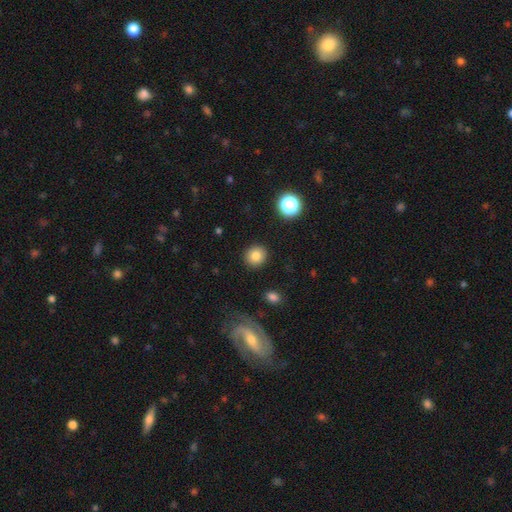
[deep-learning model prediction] Q: Smooth or featured?
A: smooth (82%); runner-up: star or artifact (10%)
Q: How rounded?
A: round (88%); runner-up: in between (11%)
Q: Merging?
A: none (91%); runner-up: minor disturbance (6%)